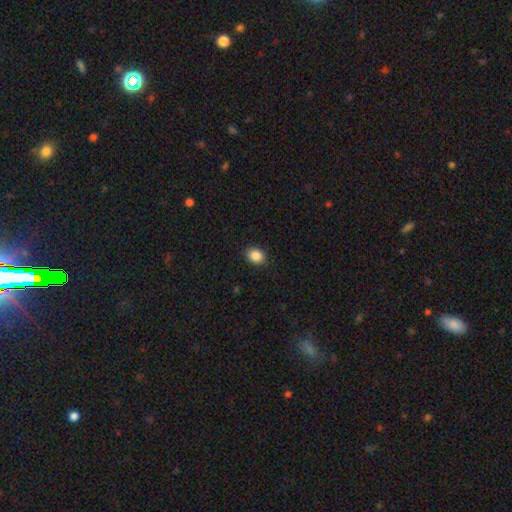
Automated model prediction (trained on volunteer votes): Smooth or featured: smooth — 87% (star or artifact — 9%)
How rounded: in between — 54% (round — 45%)
Merging: none — 90% (minor disturbance — 7%)